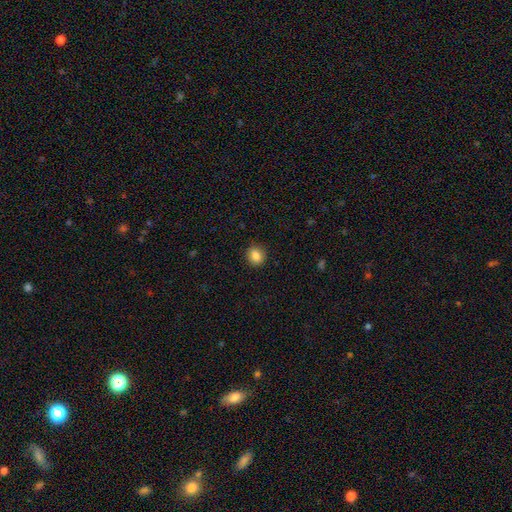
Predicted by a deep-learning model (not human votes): Smooth or featured? Predicted: smooth (p=0.85). How rounded? Predicted: round (p=0.78). Merging? Predicted: none (p=0.90).